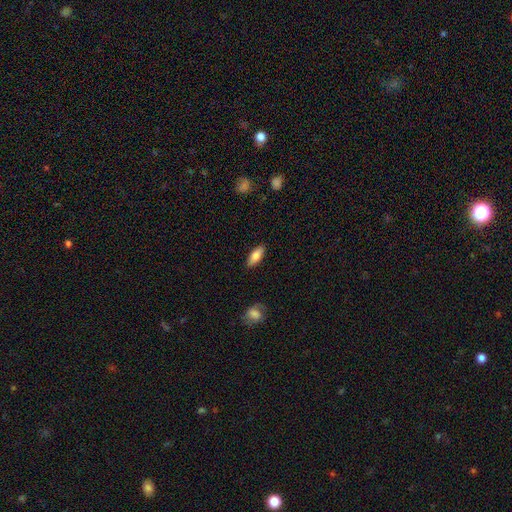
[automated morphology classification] Overall: smooth (79%). How rounded: in between (79%). Merging: none (88%).